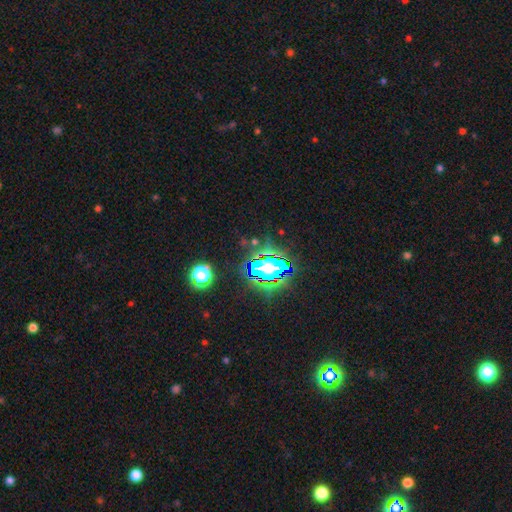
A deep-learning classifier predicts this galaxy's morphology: smooth_or_featured: star or artifact (p=0.82) [alt: smooth p=0.11]